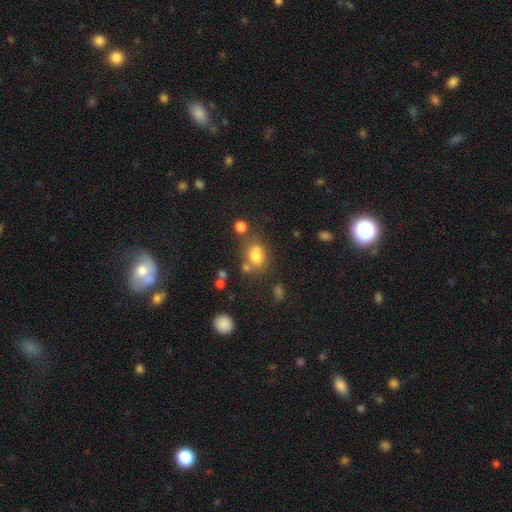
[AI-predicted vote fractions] The model was most divided on "how rounded": in between: 59%, round: 40%, cigar-shaped: 2%. More confident: smooth or featured — smooth (74%); merging — none (54%).